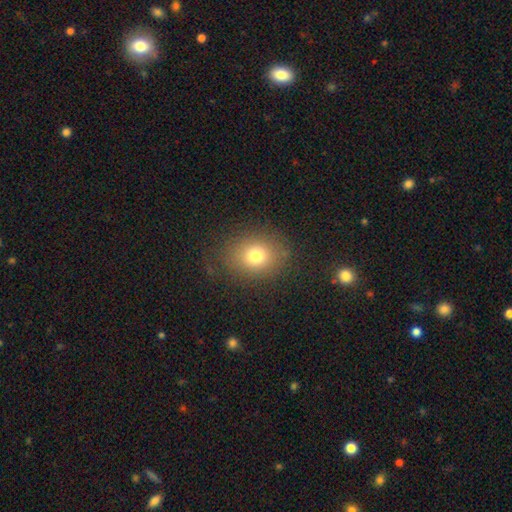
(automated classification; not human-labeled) The model was most divided on "how rounded": round: 55%, in between: 44%, cigar-shaped: 1%. More confident: merging — none (81%); smooth or featured — smooth (74%).